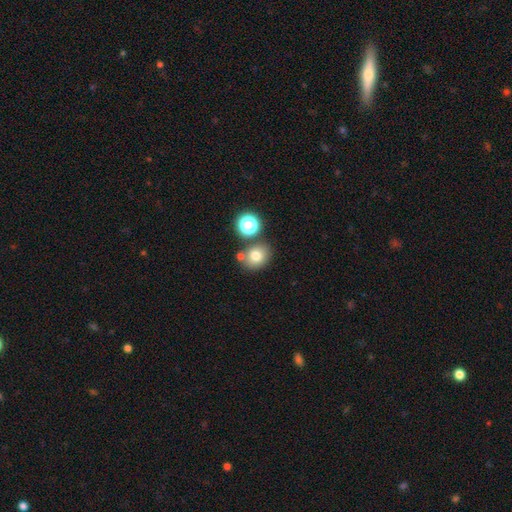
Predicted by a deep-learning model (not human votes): Q: Smooth or featured?
A: smooth (75%); runner-up: star or artifact (14%)
Q: How rounded?
A: round (61%); runner-up: in between (38%)
Q: Merging?
A: none (70%); runner-up: merger (16%)